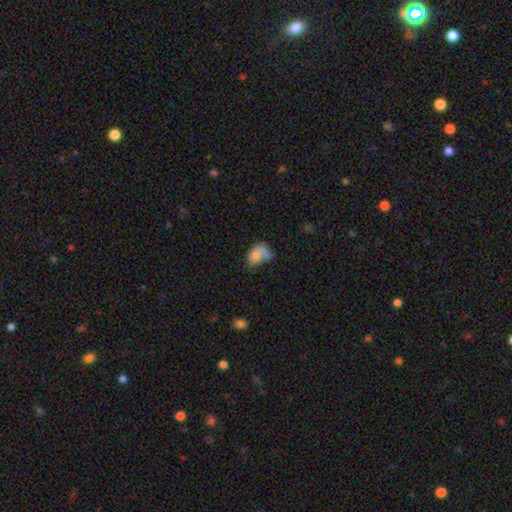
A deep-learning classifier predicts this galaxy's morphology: A smooth galaxy with no disk features (73%) that is in between round and cigar-shaped (80%). Merging: minor disturbance (31%).